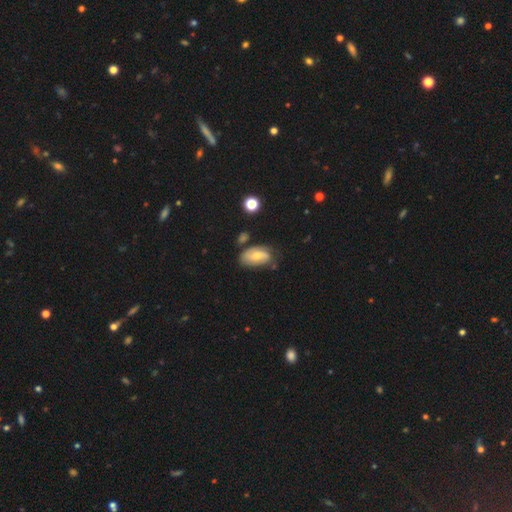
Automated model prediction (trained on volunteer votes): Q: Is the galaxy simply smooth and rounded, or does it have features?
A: smooth — 51%.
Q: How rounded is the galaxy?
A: in between — 91%.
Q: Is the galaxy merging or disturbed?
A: none — 54%.